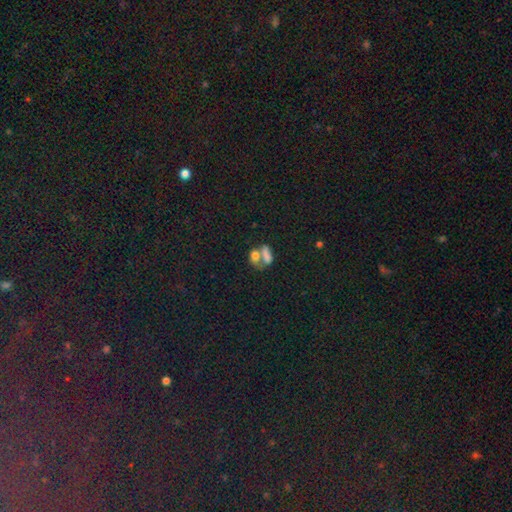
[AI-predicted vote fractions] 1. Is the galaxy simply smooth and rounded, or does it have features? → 72% smooth, 14% star or artifact, 14% featured or disk.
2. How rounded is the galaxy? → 71% in between, 21% round, 8% cigar-shaped.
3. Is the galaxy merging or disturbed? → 57% merger, 27% none, 9% minor disturbance, 7% major disturbance.